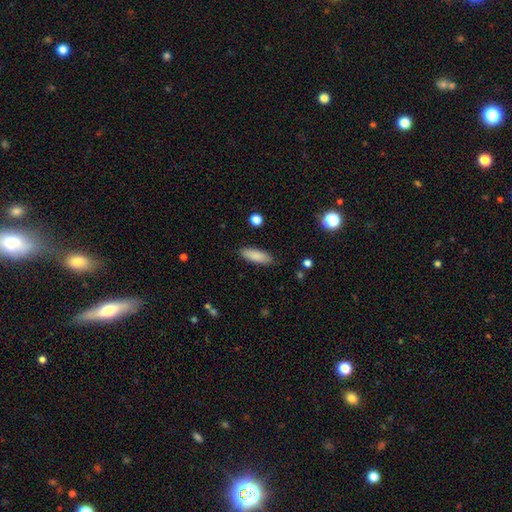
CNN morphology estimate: Smooth or featured: smooth — 87% (featured or disk — 6%)
How rounded: in between — 58% (cigar-shaped — 41%)
Merging: none — 88% (minor disturbance — 9%)